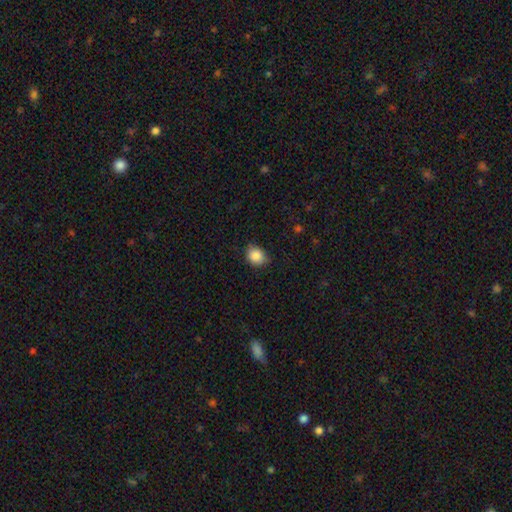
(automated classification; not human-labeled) smooth_or_featured: smooth (p=0.86) [alt: star or artifact p=0.09]
how_rounded: round (p=0.59) [alt: in between p=0.40]
merging: none (p=0.73) [alt: minor disturbance p=0.22]